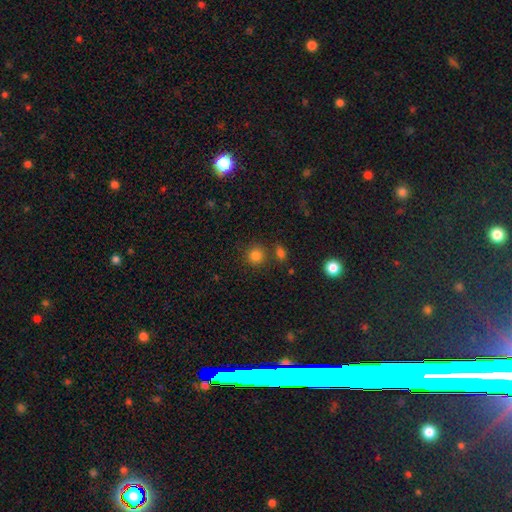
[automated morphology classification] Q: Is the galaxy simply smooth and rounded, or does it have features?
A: smooth — 82%.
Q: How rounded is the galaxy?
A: round — 90%.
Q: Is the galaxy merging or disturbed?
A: none — 77%.